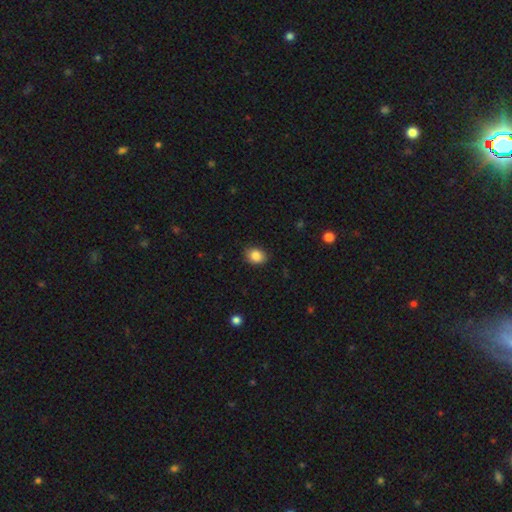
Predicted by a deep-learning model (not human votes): Smooth or featured? Predicted: smooth (p=0.86). How rounded? Predicted: in between (p=0.56). Merging? Predicted: none (p=0.85).